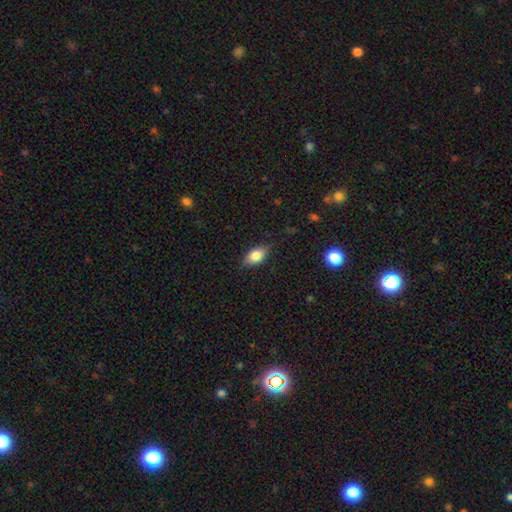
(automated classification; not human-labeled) smooth-or-featured: smooth: 76% | featured or disk: 16% | star or artifact: 8%
  how-rounded: in between: 86% | round: 7% | cigar-shaped: 7%
  merging: none: 82% | minor disturbance: 14% | major disturbance: 3% | merger: 1%